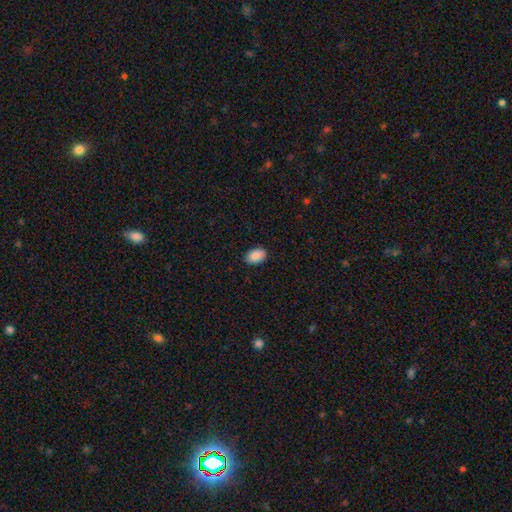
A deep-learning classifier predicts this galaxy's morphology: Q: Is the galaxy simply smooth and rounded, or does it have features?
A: smooth — 89%.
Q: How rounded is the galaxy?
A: in between — 89%.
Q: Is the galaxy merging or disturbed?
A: none — 87%.